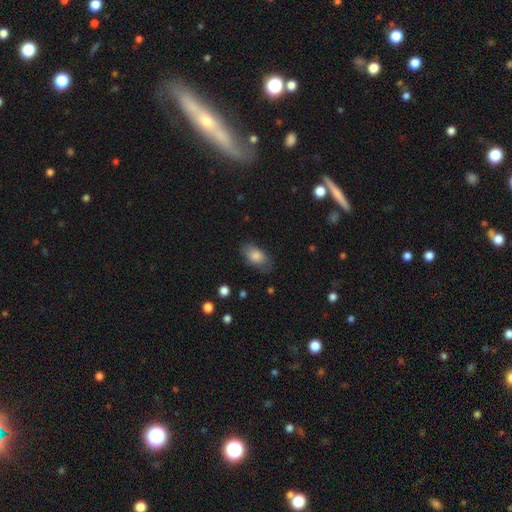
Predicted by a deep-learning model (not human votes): This is clearly a smooth galaxy (81%). How rounded: clearly in between (90%). Merging: likely none (72%).